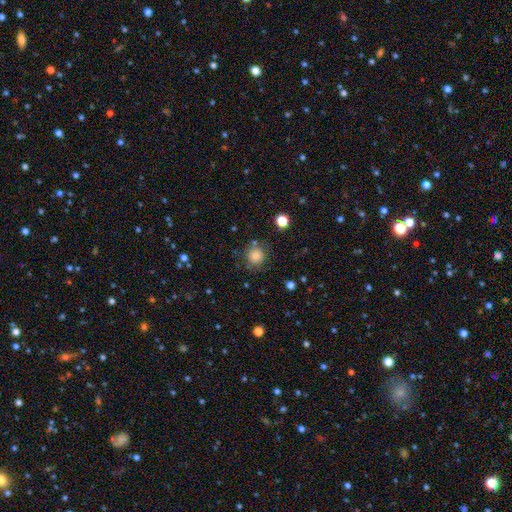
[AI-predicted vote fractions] The model was most divided on "merging": none: 78%, minor disturbance: 12%, merger: 5%, major disturbance: 5%. More confident: how rounded — round (91%); smooth or featured — smooth (81%).